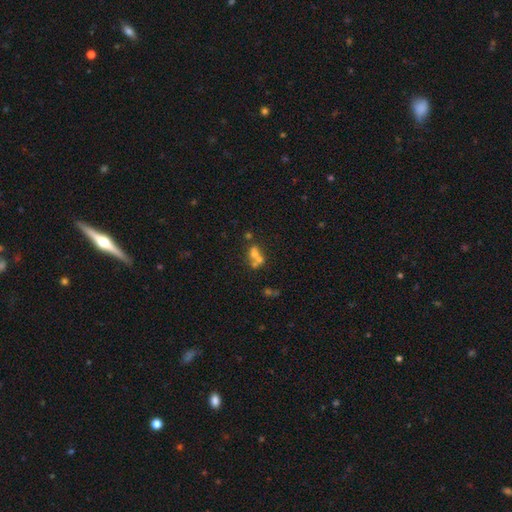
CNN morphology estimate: Smooth or featured?
  - smooth: 54% *
  - featured or disk: 27%
  - star or artifact: 19%
How rounded?
  - round: 63% *
  - in between: 35%
  - cigar-shaped: 2%
Merging?
  - merger: 60% *
  - none: 28%
  - minor disturbance: 7%
  - major disturbance: 5%